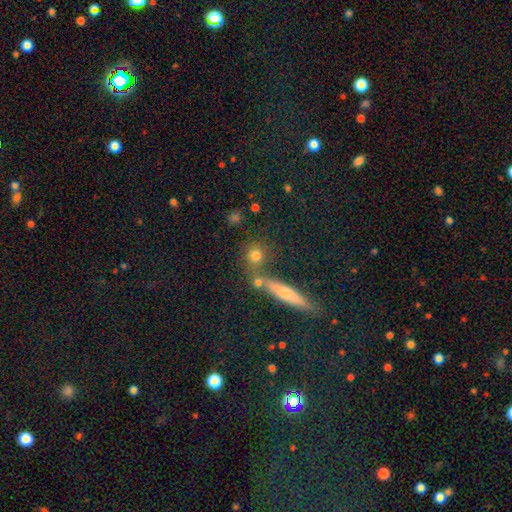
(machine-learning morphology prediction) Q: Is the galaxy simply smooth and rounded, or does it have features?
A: smooth — 71%.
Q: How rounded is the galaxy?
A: round — 79%.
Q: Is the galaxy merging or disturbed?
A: none — 71%.